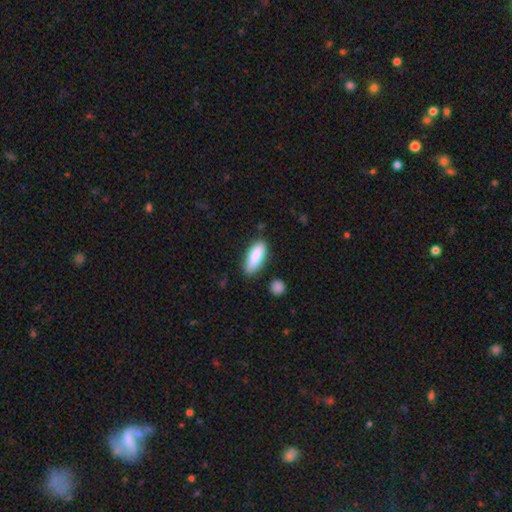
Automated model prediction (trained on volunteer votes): Overall: smooth (86%). How rounded: in between (70%). Merging: none (80%).